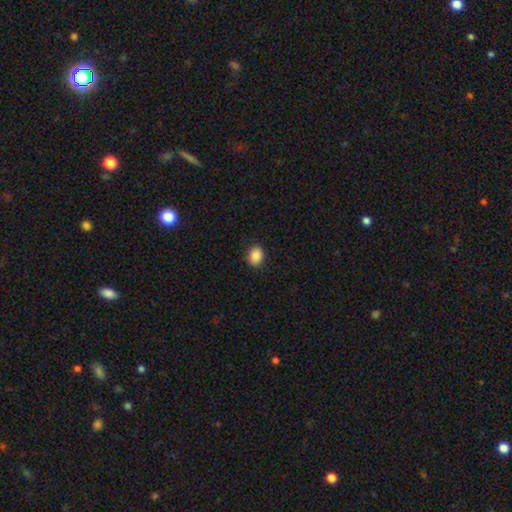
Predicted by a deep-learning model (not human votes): A smooth galaxy with no disk features (88%) that is in between round and cigar-shaped (57%).

Vote fractions:
- Smooth or featured? smooth: 88% / star or artifact: 9% / featured or disk: 4%
- How rounded? in between: 57% / round: 42% / cigar-shaped: 1%
- Merging? none: 88% / minor disturbance: 9% / major disturbance: 2% / merger: 1%